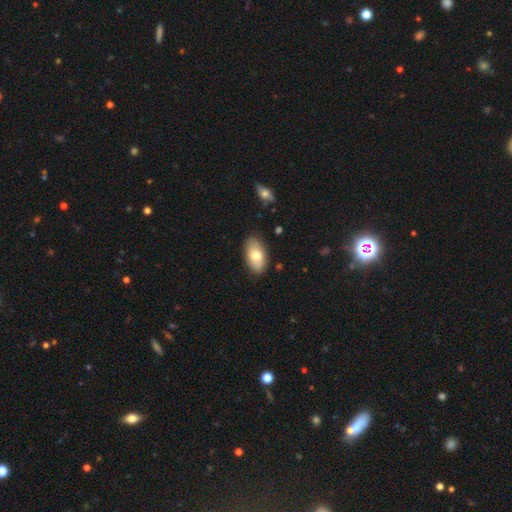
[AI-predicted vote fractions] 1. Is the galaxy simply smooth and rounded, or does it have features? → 73% smooth, 21% featured or disk, 6% star or artifact.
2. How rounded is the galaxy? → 94% in between, 4% round, 2% cigar-shaped.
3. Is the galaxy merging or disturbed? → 84% none, 12% minor disturbance, 2% major disturbance, 1% merger.